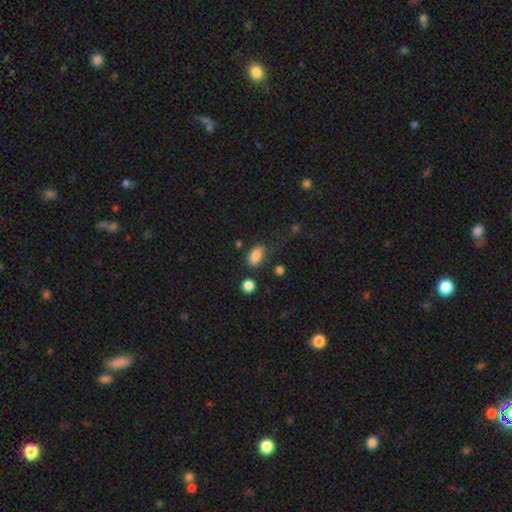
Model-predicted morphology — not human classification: smooth 85%, star or artifact 10%, featured or disk 6%. Down the decision tree: how rounded — in between (87%); merging — none (61%).